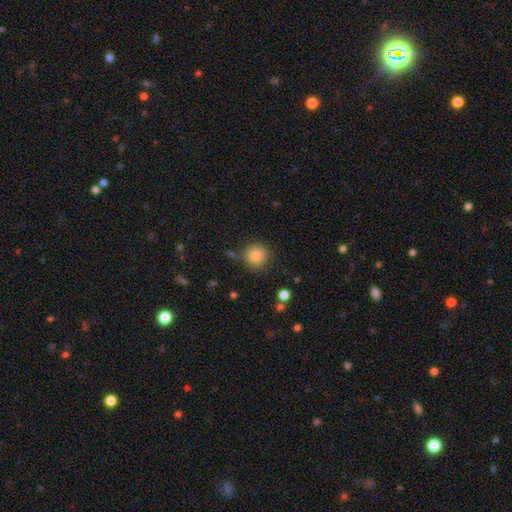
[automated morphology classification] Smooth or featured: smooth — 85% (star or artifact — 9%)
How rounded: round — 94% (in between — 5%)
Merging: none — 83% (minor disturbance — 10%)